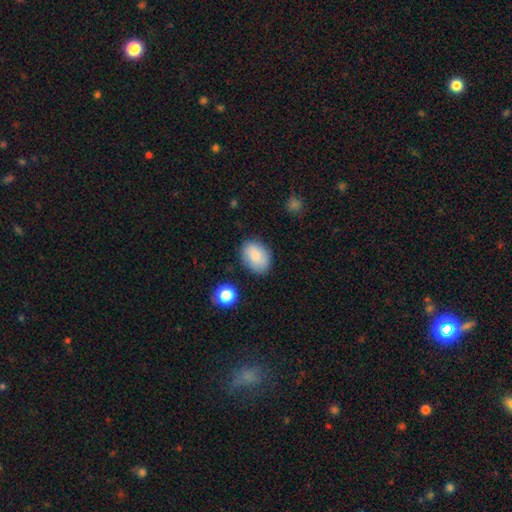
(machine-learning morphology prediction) smooth_or_featured: smooth (p=0.83) [alt: featured or disk p=0.10]
how_rounded: in between (p=0.75) [alt: round p=0.24]
merging: none (p=0.82) [alt: minor disturbance p=0.13]